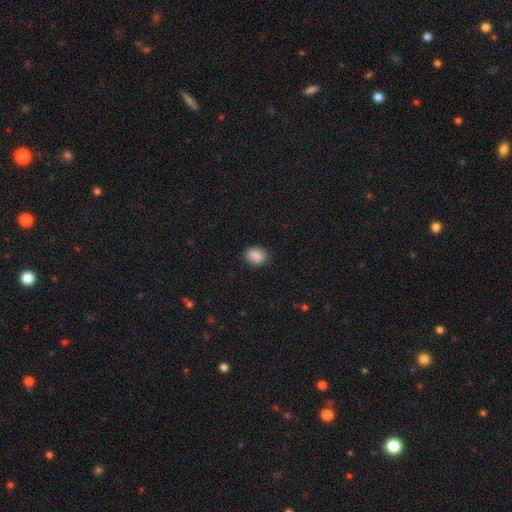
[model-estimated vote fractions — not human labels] Smooth or featured?
  - smooth: 87% *
  - star or artifact: 8%
  - featured or disk: 5%
How rounded?
  - in between: 63% *
  - round: 36%
  - cigar-shaped: 1%
Merging?
  - none: 85% *
  - minor disturbance: 12%
  - major disturbance: 3%
  - merger: 1%